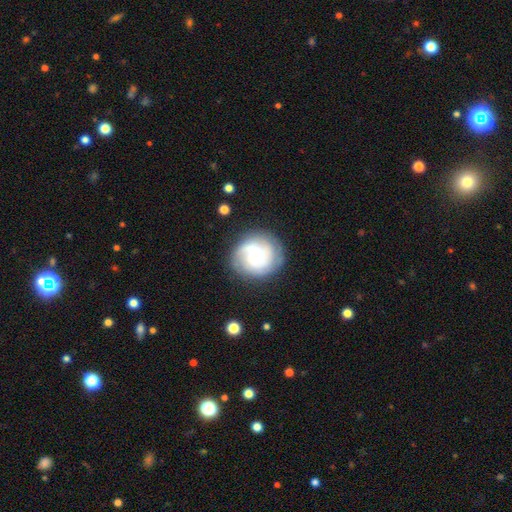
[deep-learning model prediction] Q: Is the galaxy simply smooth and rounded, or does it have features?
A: featured or disk — 64%.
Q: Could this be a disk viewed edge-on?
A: no — 98%.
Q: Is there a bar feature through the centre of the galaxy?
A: no — 64%.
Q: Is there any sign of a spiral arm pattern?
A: yes — 90%.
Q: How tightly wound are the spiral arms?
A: tight — 48%.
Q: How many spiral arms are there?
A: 2 — 29%.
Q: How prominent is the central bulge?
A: moderate — 57%.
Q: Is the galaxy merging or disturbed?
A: none — 80%.